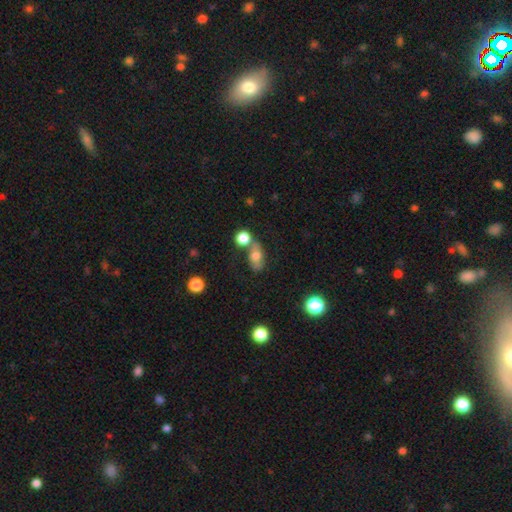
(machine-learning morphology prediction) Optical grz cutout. It shows a smooth galaxy with no disk features (66%) that is in between round and cigar-shaped (75%). Merging: none (48%).